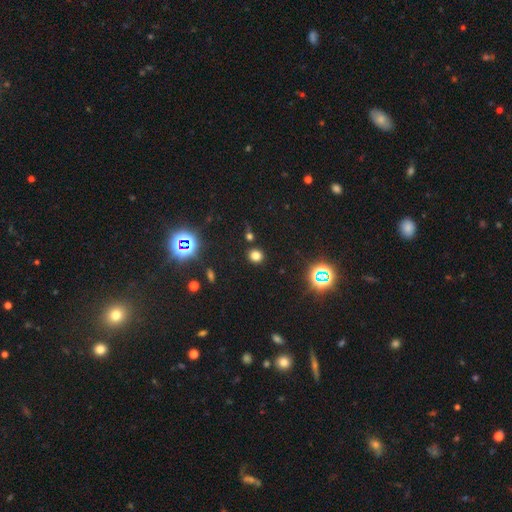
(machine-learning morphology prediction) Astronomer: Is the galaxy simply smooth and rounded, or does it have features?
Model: smooth — 71%.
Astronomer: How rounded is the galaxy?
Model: round — 81%.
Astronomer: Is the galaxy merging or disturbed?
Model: none — 87%.